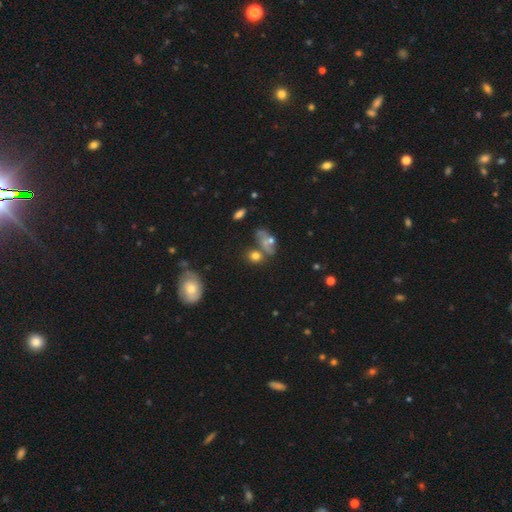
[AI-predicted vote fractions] Smooth or featured: smooth — 69% (star or artifact — 17%)
How rounded: round — 62% (in between — 35%)
Merging: none — 50% (merger — 27%)